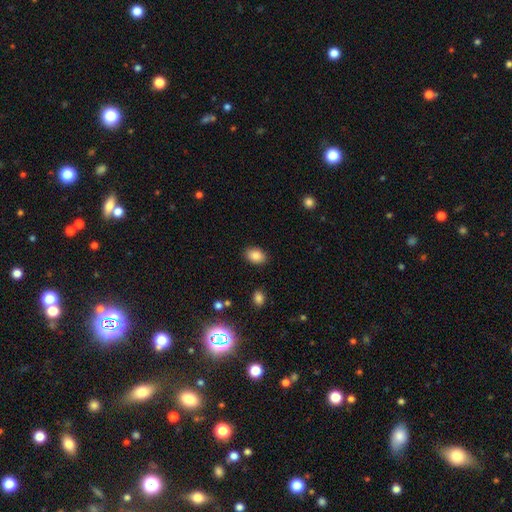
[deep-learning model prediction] Smooth or featured? smooth (85%)
How rounded? in between (79%)
Merging? none (88%)